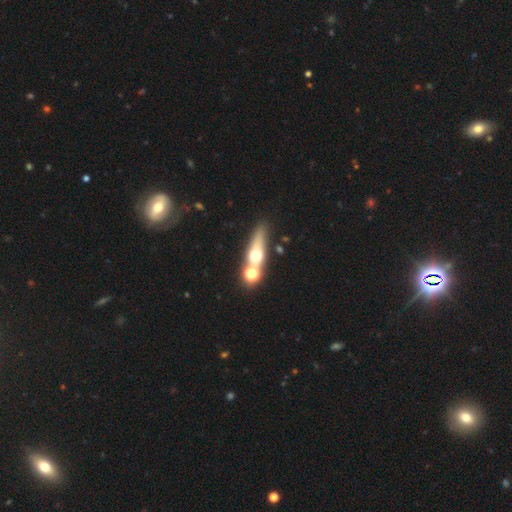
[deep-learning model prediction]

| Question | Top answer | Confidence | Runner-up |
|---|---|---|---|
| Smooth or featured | smooth | 43% | featured or disk (42%) |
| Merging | none | 55% | merger (27%) |